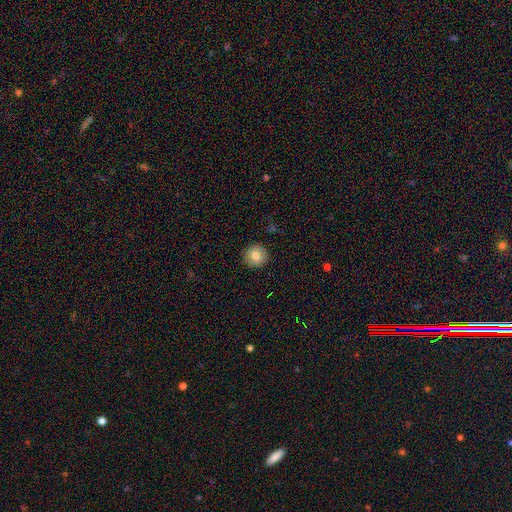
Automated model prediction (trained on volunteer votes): A smooth galaxy with no disk features (81%) that is round (92%). Merging: none (91%).